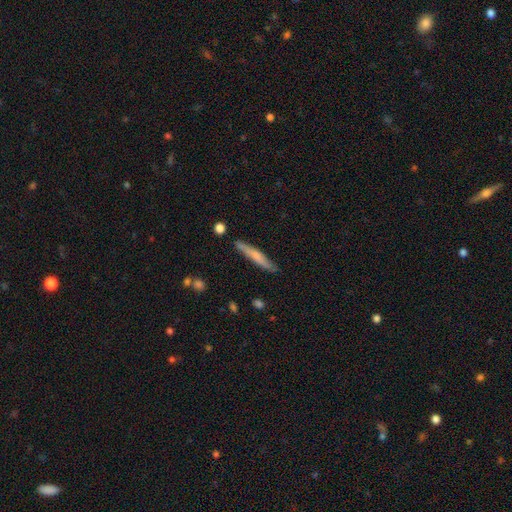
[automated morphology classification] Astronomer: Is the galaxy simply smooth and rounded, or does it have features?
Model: smooth — 56% (runner-up: featured or disk, 38%).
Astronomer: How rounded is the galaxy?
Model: cigar-shaped — 94%.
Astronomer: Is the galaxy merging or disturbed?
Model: none — 84%.